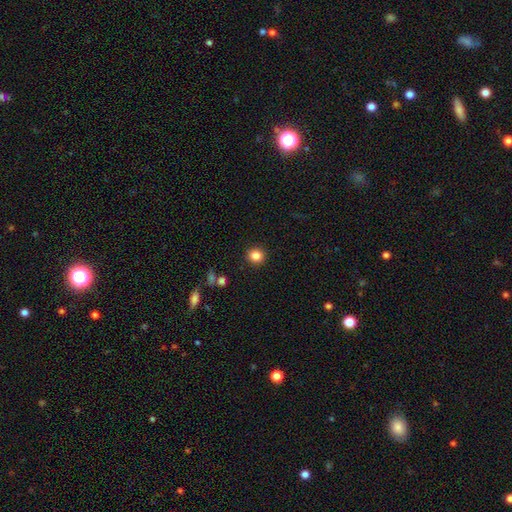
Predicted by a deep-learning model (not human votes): A smooth galaxy with no disk features (84%) that is round (88%). Merging: none (91%).